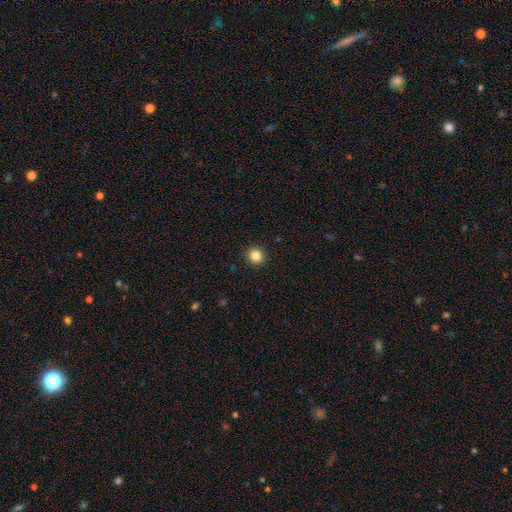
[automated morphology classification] Overall: smooth (85%). How rounded: round (94%). Merging: none (93%).